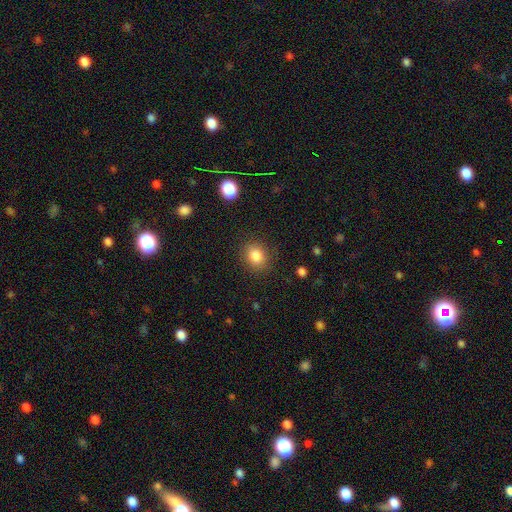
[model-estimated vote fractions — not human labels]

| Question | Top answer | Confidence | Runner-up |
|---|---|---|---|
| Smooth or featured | smooth | 85% | star or artifact (10%) |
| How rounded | round | 66% | in between (33%) |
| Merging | none | 87% | minor disturbance (9%) |